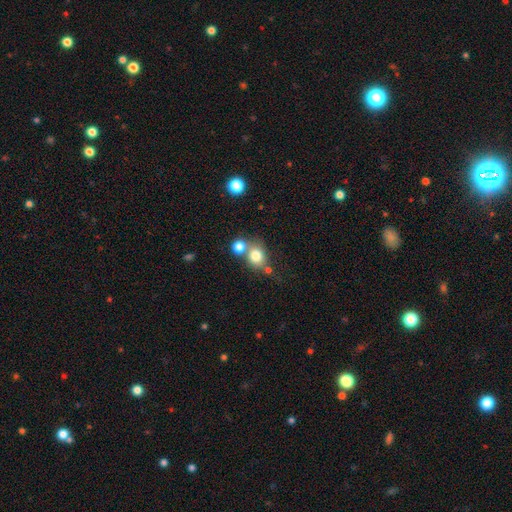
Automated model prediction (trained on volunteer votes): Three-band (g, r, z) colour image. It shows a smooth galaxy with no disk features (79%) that is round (70%). Merging: none (50%).